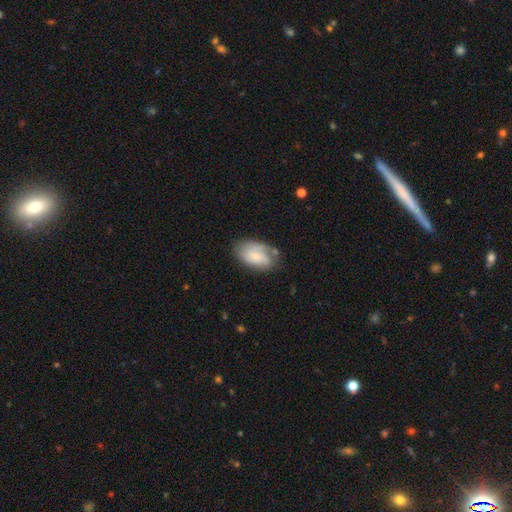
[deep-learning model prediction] A featured or disk galaxy (53%) with no bar (62%), spiral arms (84%) and a small central bulge (65%).

Vote fractions:
- Smooth or featured? featured or disk: 53% / smooth: 40% / star or artifact: 7%
- Edge-on disk? no: 96% / yes: 4%
- Bar? no: 62% / weak: 32% / strong: 6%
- Spiral arms? yes: 84% / no: 16%
- Bulge size? small: 65% / moderate: 23% / none: 9% / large: 2% / dominant: 1%
- Merging? none: 57% / minor disturbance: 27% / major disturbance: 12% / merger: 4%